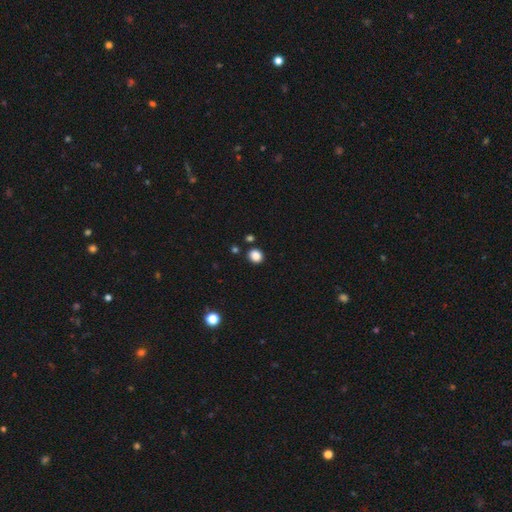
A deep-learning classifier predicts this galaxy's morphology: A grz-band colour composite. It shows a smooth galaxy with no disk features (86%) that is round (79%). Merging: none (86%).